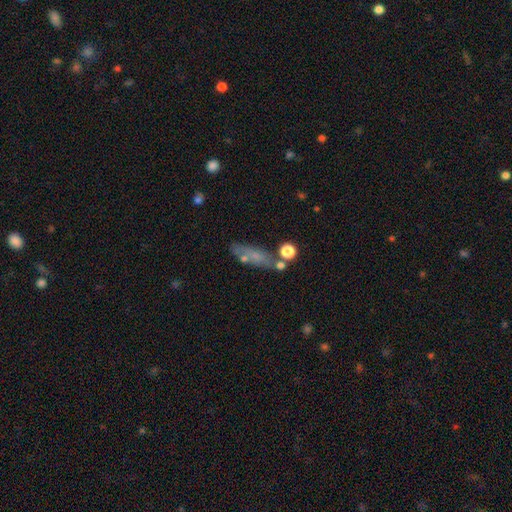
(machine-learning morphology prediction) The model was most divided on "how rounded": cigar-shaped: 54%, in between: 39%, round: 6%. More confident: merging — none (64%); smooth or featured — smooth (58%).